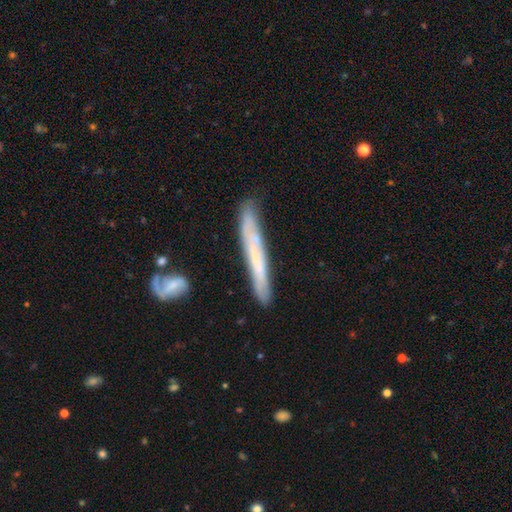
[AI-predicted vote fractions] Q: Smooth or featured?
A: featured or disk (49%); runner-up: smooth (43%)
Q: Merging?
A: none (76%); runner-up: minor disturbance (16%)